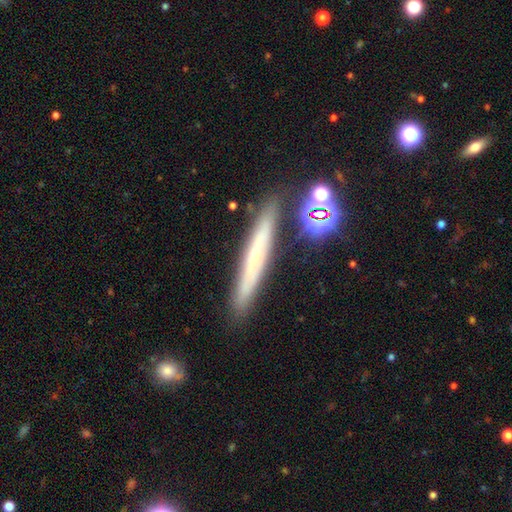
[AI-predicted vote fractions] featured or disk 55%, smooth 34%, star or artifact 11%. Down the decision tree: edge-on disk — yes (87%); merging — none (84%).